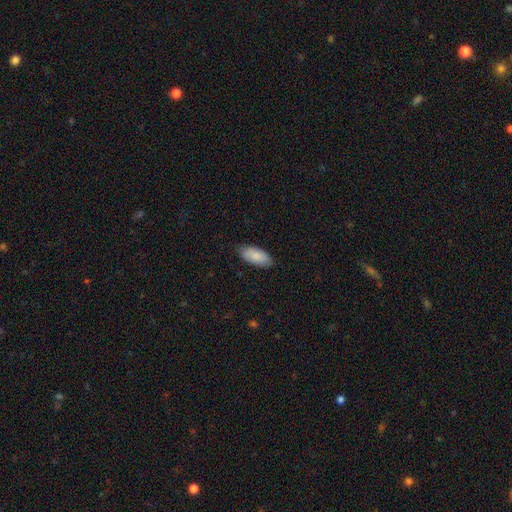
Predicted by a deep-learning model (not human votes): smooth 87%, featured or disk 8%, star or artifact 5%. Down the decision tree: how rounded — in between (90%); merging — none (81%).